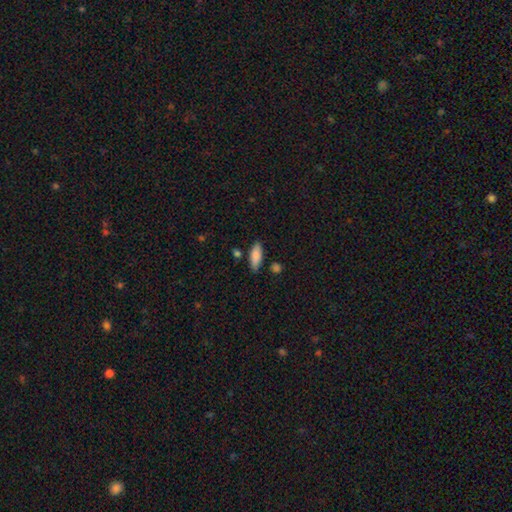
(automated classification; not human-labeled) Morphology: type=smooth (86%); roundness=in between (72%); merging=none (81%).